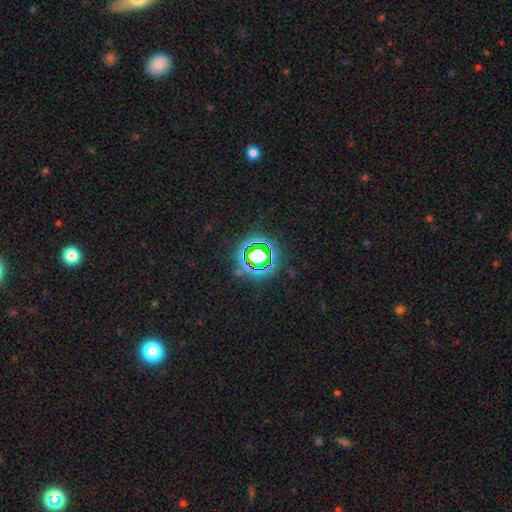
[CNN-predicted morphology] This appears to be a star or artifact, not a galaxy (69%).